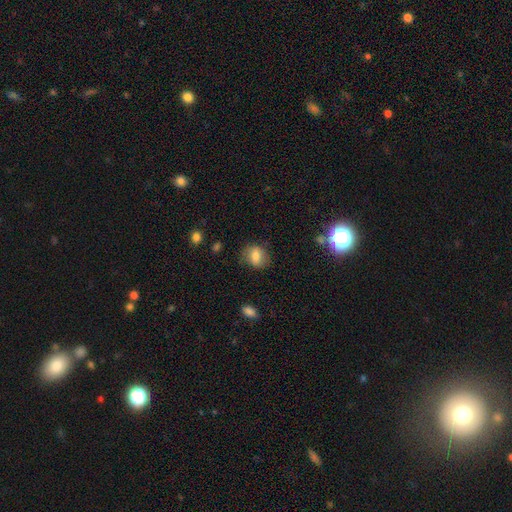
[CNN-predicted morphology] type=smooth (76%); roundness=in between (50%); merging=none (74%).